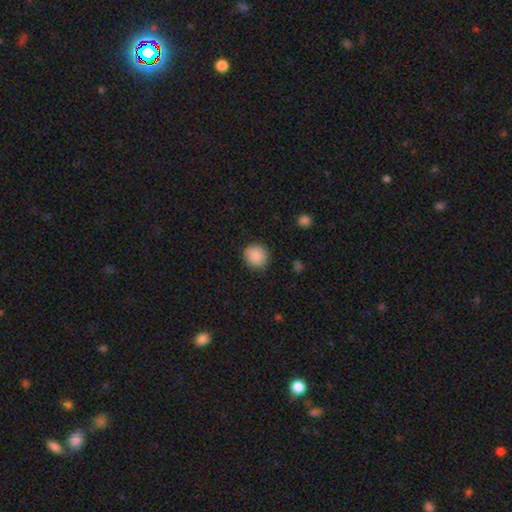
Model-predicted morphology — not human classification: This is clearly a smooth galaxy (88%). How rounded: clearly round (90%). Merging: clearly none (87%).